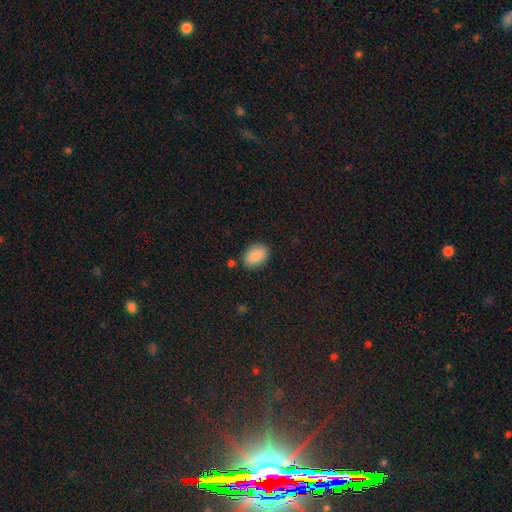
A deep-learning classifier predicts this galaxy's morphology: Smooth or featured: smooth — 87% (star or artifact — 7%)
How rounded: in between — 77% (round — 22%)
Merging: none — 84% (minor disturbance — 11%)